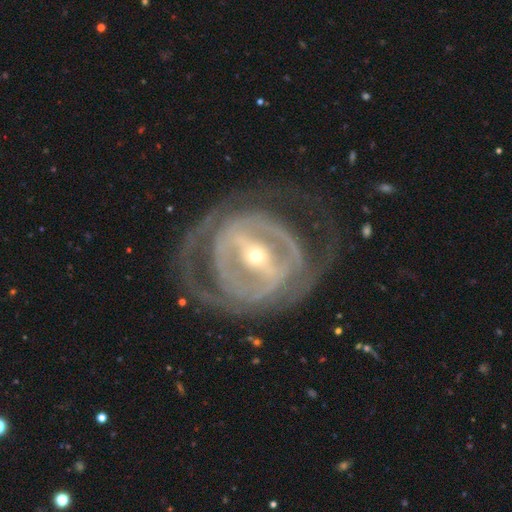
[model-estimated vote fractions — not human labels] This is clearly a featured or disk galaxy (87%). It is clearly not viewed edge-on (93%). Bar: likely strong (69%). Spiral arm pattern: likely yes (71%). Spiral arm count: marginally 2 (39%). Spiral winding: likely tight (60%). Central bulge: likely small (68%). Merging: likely none (66%).